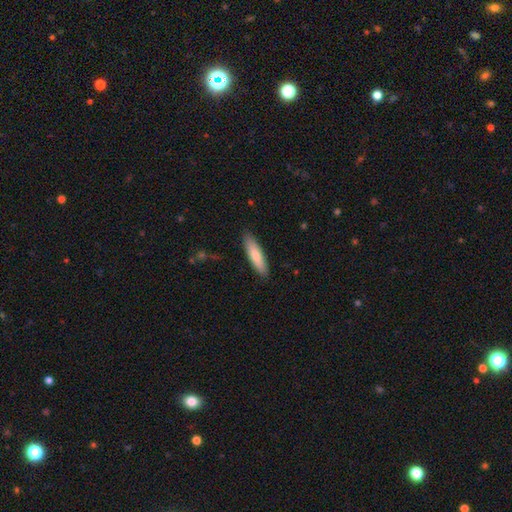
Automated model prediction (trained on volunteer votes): Smooth or featured: smooth — 77% (featured or disk — 18%)
How rounded: cigar-shaped — 71% (in between — 27%)
Merging: none — 88% (minor disturbance — 9%)